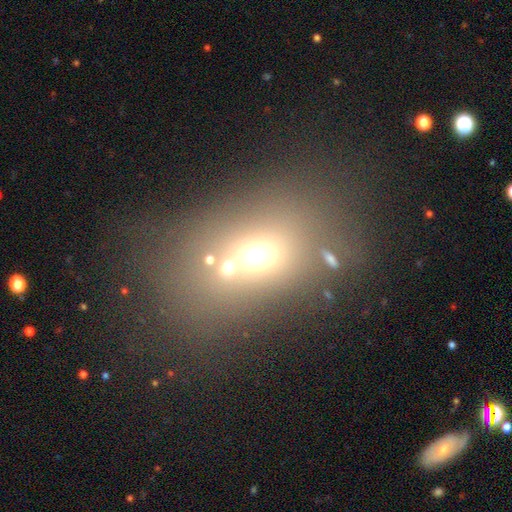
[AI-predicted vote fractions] This appears to be a smooth galaxy with no disk features (57%) that is in between round and cigar-shaped (57%). Merging: none (51%).